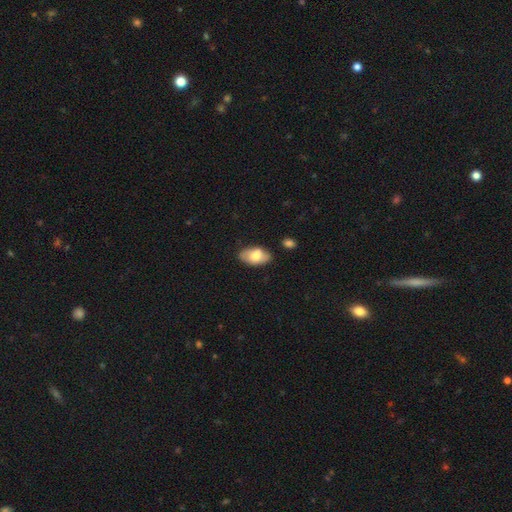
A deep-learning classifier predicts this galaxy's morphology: Smooth or featured?
  - smooth: 71% *
  - featured or disk: 23%
  - star or artifact: 7%
How rounded?
  - in between: 94% *
  - round: 4%
  - cigar-shaped: 2%
Merging?
  - none: 73% *
  - minor disturbance: 19%
  - merger: 4%
  - major disturbance: 3%